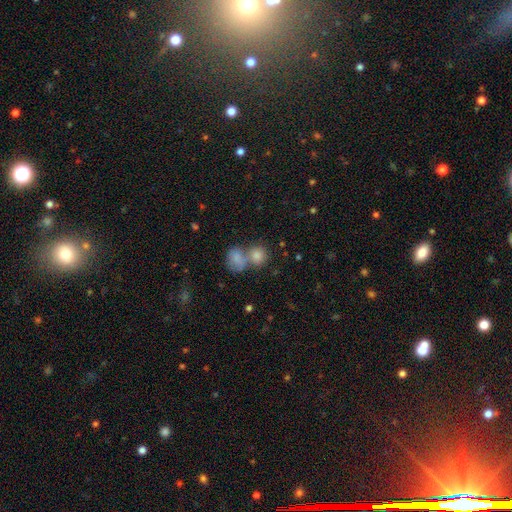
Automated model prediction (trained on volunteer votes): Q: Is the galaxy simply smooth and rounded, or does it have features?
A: smooth — 69%.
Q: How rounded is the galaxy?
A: round — 75%.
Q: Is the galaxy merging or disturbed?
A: merger — 48%.